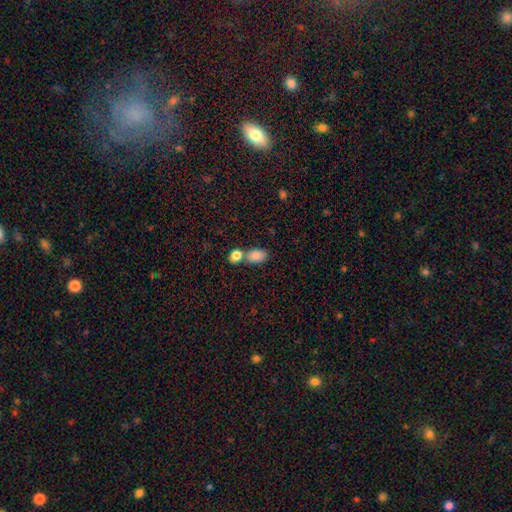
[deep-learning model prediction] Smooth or featured? Predicted: smooth (p=0.85). How rounded? Predicted: in between (p=0.86). Merging? Predicted: none (p=0.49).